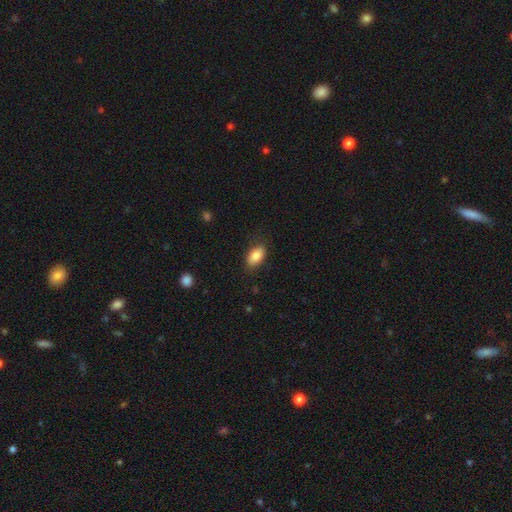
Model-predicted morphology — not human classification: Q: Smooth or featured?
A: smooth (86%); runner-up: star or artifact (7%)
Q: How rounded?
A: in between (91%); runner-up: round (6%)
Q: Merging?
A: none (83%); runner-up: minor disturbance (13%)